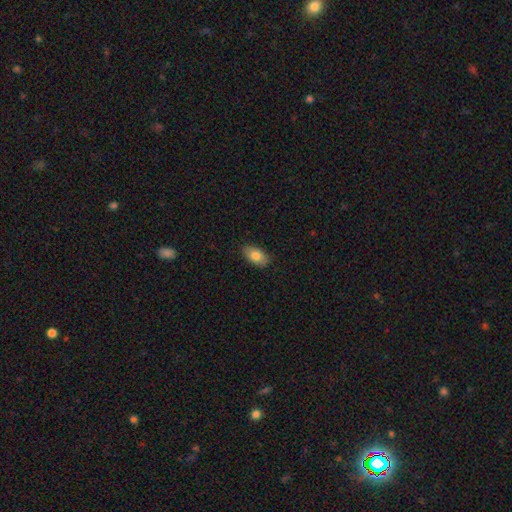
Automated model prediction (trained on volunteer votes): Q: Smooth or featured?
A: smooth (81%); runner-up: featured or disk (13%)
Q: How rounded?
A: in between (93%); runner-up: round (5%)
Q: Merging?
A: none (86%); runner-up: minor disturbance (11%)